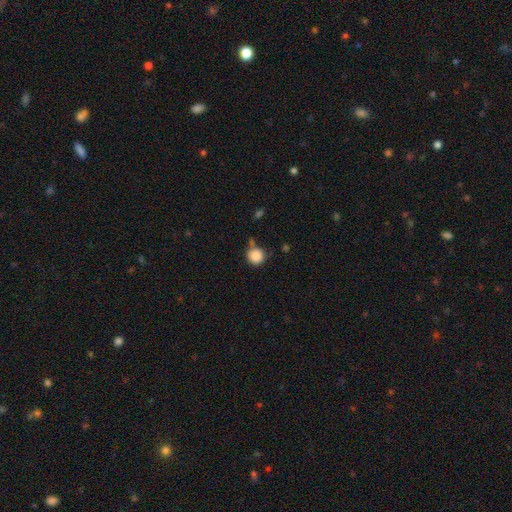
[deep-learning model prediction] smooth_or_featured: smooth (p=0.87) [alt: star or artifact p=0.09]
how_rounded: round (p=0.92) [alt: in between p=0.07]
merging: none (p=0.64) [alt: minor disturbance p=0.19]